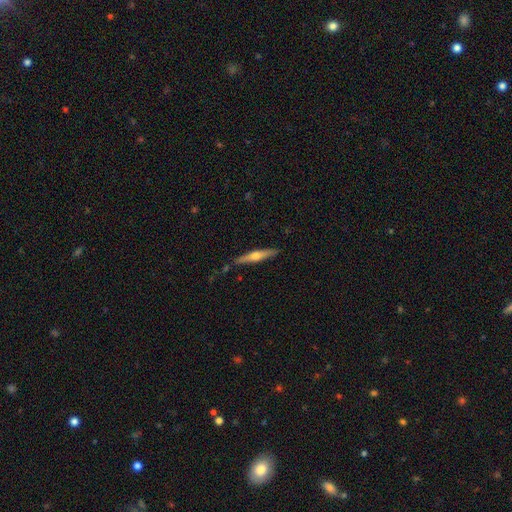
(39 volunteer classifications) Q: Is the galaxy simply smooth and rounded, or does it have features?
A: featured or disk — 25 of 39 (64%).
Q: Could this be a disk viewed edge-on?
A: yes — 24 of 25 (96%).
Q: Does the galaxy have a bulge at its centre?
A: rounded — 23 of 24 (96%).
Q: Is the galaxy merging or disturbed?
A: none — 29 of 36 (81%).